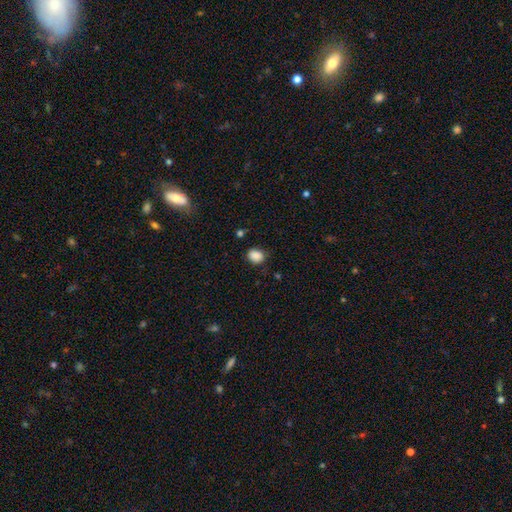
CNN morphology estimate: The model was most divided on "how rounded": in between: 52%, round: 48%, cigar-shaped: 1%. More confident: smooth or featured — smooth (87%); merging — none (76%).